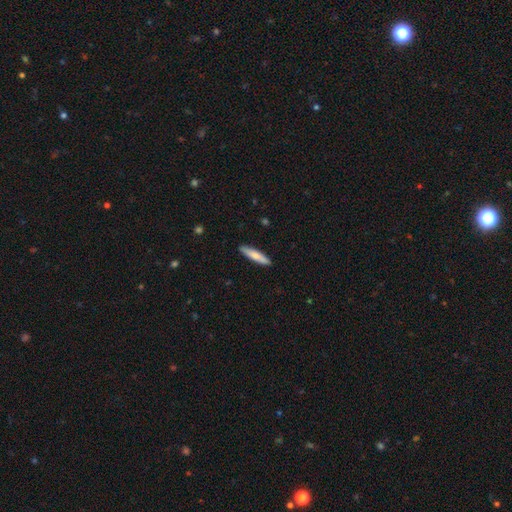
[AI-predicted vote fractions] smooth 69%, featured or disk 26%, star or artifact 5%. Down the decision tree: how rounded — cigar-shaped (86%); merging — none (91%).